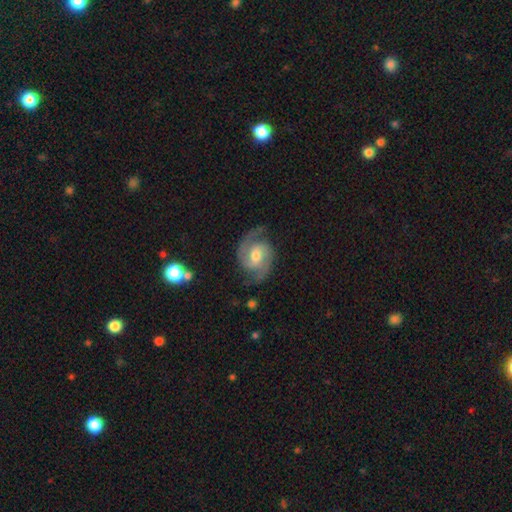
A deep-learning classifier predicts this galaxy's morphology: A featured or disk galaxy (90%) with a weak bar (46%), 2 (92%) medium (54%) spiral arms (98%) and a moderate central bulge (66%). Merging: none (79%).